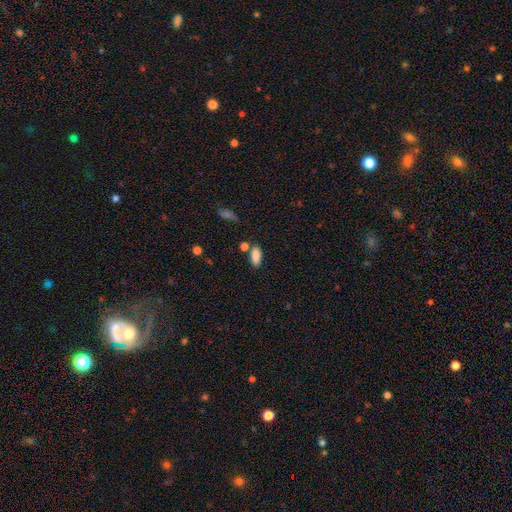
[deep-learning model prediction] smooth-or-featured: smooth: 87% | star or artifact: 8% | featured or disk: 5%
  how-rounded: in between: 85% | cigar-shaped: 12% | round: 3%
  merging: none: 71% | minor disturbance: 13% | merger: 12% | major disturbance: 4%